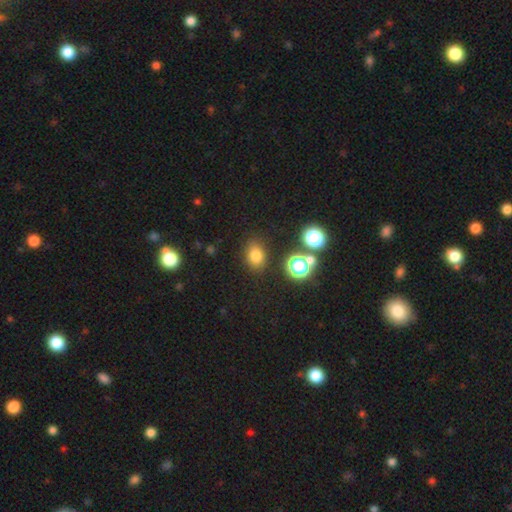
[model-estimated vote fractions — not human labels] A smooth galaxy with no disk features (75%) that is in between round and cigar-shaped (57%).

Vote fractions:
- Smooth or featured? smooth: 75% / star or artifact: 18% / featured or disk: 7%
- How rounded? in between: 57% / round: 42% / cigar-shaped: 1%
- Merging? none: 83% / minor disturbance: 9% / merger: 4% / major disturbance: 3%